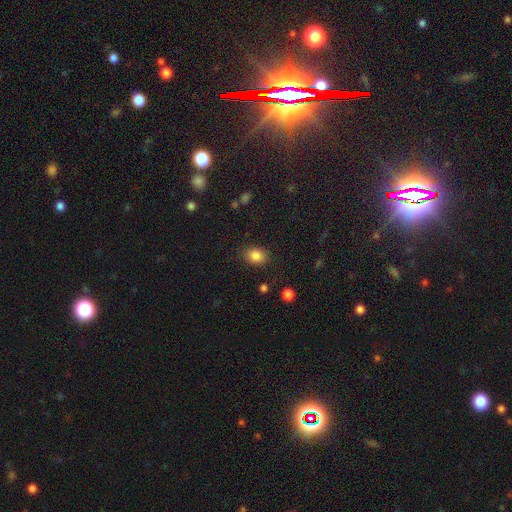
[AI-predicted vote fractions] Smooth or featured: smooth — 84% (star or artifact — 10%)
How rounded: in between — 59% (round — 40%)
Merging: none — 84% (minor disturbance — 11%)